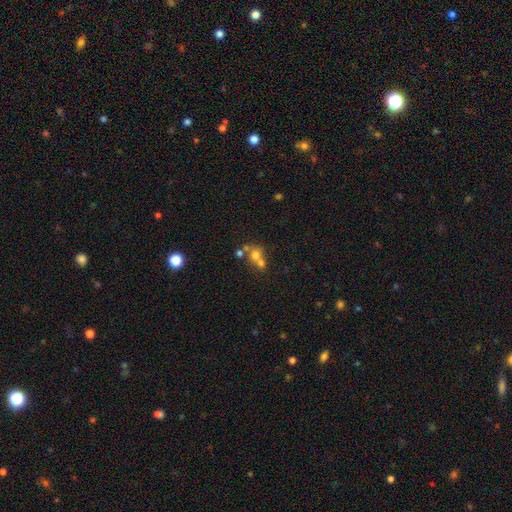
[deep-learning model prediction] Smooth or featured: smooth — 62% (featured or disk — 22%)
How rounded: round — 74% (in between — 25%)
Merging: merger — 54% (none — 35%)